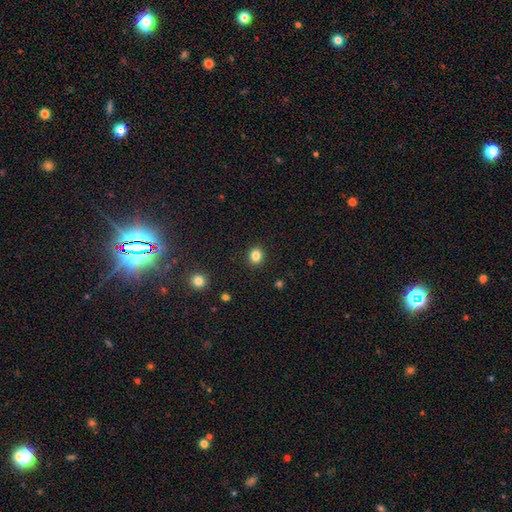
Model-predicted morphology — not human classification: This appears to be a smooth galaxy with no disk features (83%) that is round (75%). Merging: none (92%).